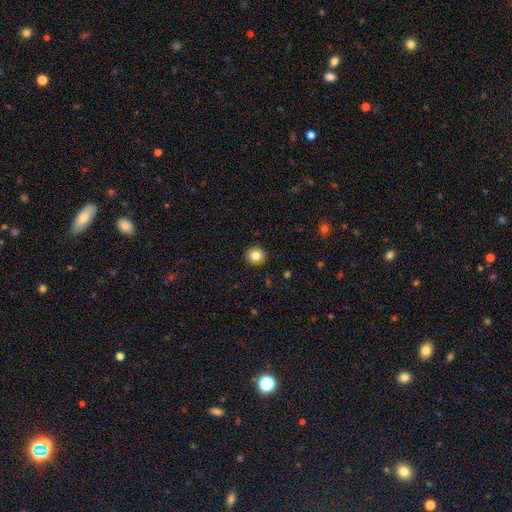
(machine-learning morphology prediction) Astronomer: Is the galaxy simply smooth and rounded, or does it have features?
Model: smooth — 82%.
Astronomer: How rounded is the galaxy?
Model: round — 83%.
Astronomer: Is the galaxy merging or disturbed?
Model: none — 91%.